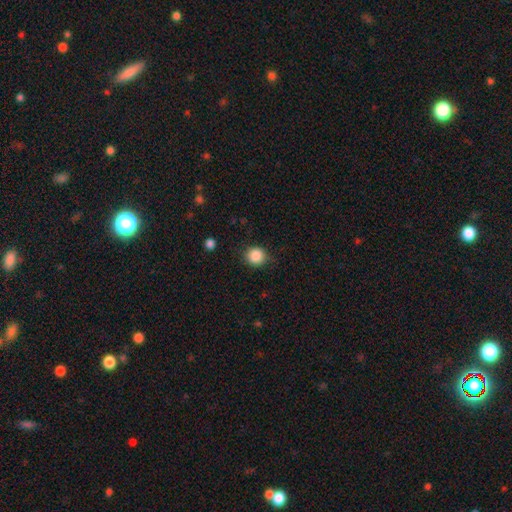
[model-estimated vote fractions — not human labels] Smooth or featured: smooth — 87% (star or artifact — 10%)
How rounded: round — 88% (in between — 11%)
Merging: none — 85% (minor disturbance — 11%)